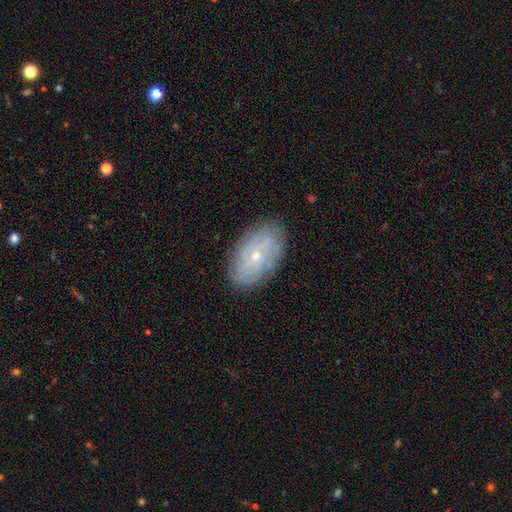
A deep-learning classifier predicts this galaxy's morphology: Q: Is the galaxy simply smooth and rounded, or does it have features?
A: featured or disk — 61%.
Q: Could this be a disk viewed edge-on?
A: no — 93%.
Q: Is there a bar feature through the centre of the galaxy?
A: no — 72%.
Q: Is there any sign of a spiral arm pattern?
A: yes — 74%.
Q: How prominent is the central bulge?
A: small — 70%.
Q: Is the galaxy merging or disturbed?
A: none — 81%.